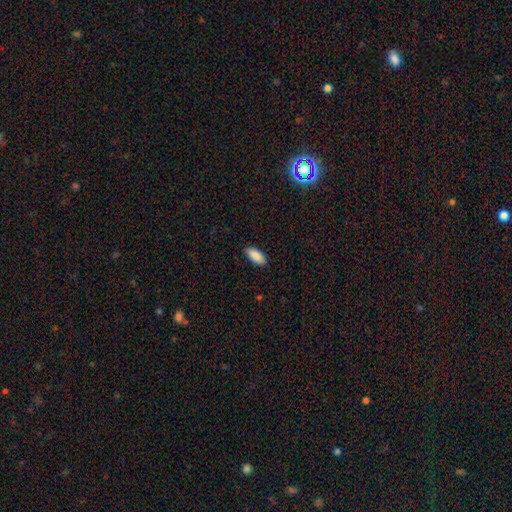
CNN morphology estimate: A smooth galaxy with no disk features (90%) that is in between round and cigar-shaped (85%).

Vote fractions:
- Smooth or featured? smooth: 90% / star or artifact: 6% / featured or disk: 4%
- How rounded? in between: 85% / cigar-shaped: 13% / round: 2%
- Merging? none: 89% / minor disturbance: 8% / major disturbance: 2% / merger: 1%